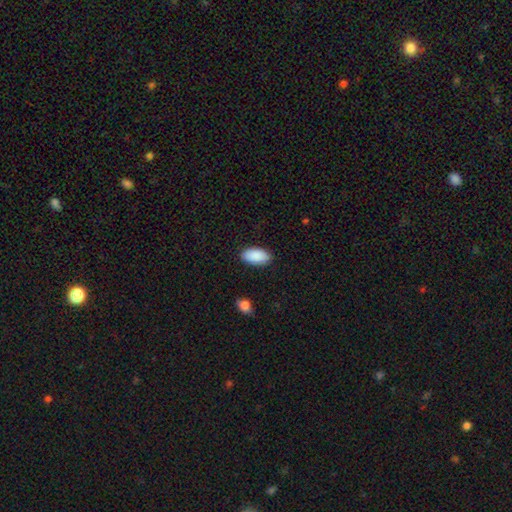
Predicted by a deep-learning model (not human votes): This is clearly a smooth galaxy (91%). How rounded: clearly in between (95%). Merging: clearly none (88%).